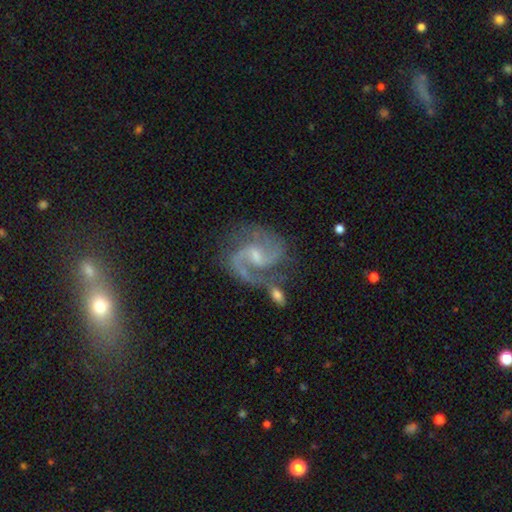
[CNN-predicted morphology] type=featured or disk (91%); edge-on=no (98%); bar=weak (55%); spiral arms=yes (98%); winding=medium (62%); arm count=2 (91%); bulge=small (62%); merging=none (62%).